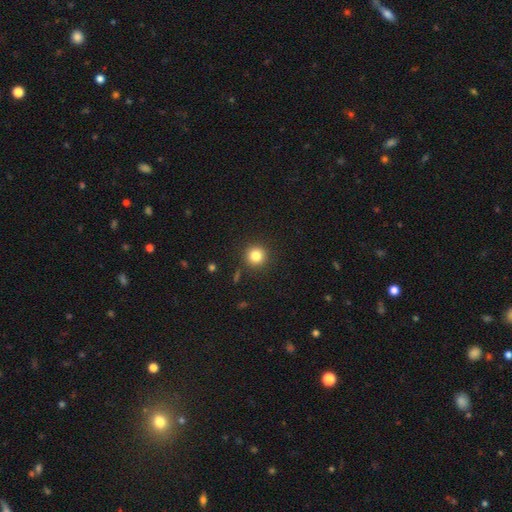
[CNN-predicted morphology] Smooth or featured?
  - smooth: 83% *
  - star or artifact: 11%
  - featured or disk: 6%
How rounded?
  - round: 95% *
  - in between: 4%
  - cigar-shaped: 1%
Merging?
  - none: 91% *
  - minor disturbance: 6%
  - major disturbance: 2%
  - merger: 2%